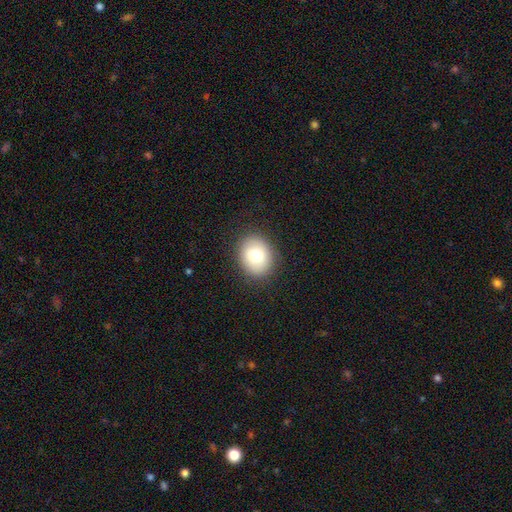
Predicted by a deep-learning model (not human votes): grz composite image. It shows a smooth galaxy with no disk features (76%) that is round (54%). Merging: none (87%).